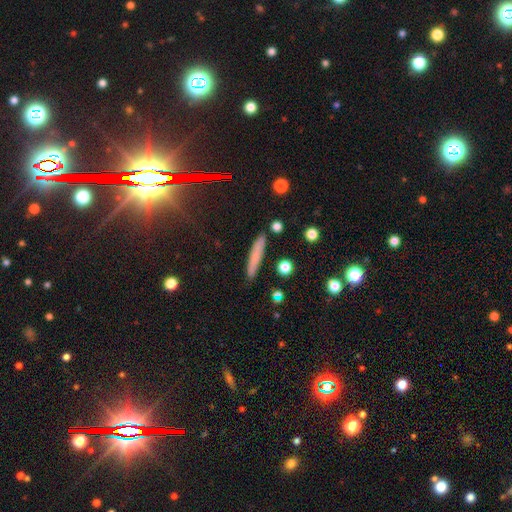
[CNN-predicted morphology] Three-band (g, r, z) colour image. It shows a smooth galaxy with no disk features (71%) that is cigar-shaped (92%). Merging: none (86%).